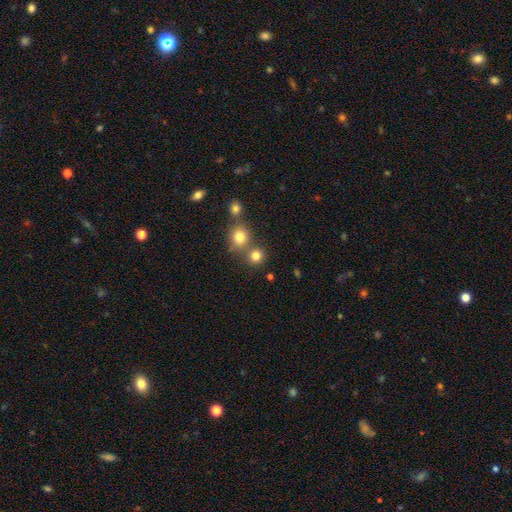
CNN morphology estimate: Smooth or featured? Predicted: smooth (p=0.79). How rounded? Predicted: round (p=0.87). Merging? Predicted: none (p=0.64).